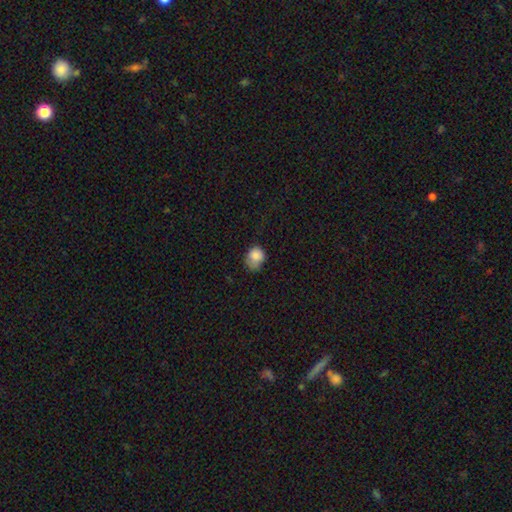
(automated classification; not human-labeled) This is clearly a smooth galaxy (83%). How rounded: possibly round (57%). Merging: marginally minor disturbance (41%).